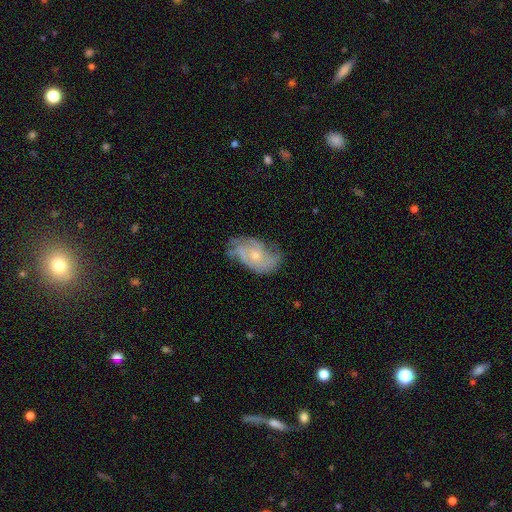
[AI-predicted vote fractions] featured or disk 78%, smooth 16%, star or artifact 6%. Down the decision tree: edge-on disk — no (96%); bar — no (75%); spiral arms — yes (90%); spiral arm count — 2 (32%); spiral winding — tight (42%); bulge size — small (59%); merging — none (56%).